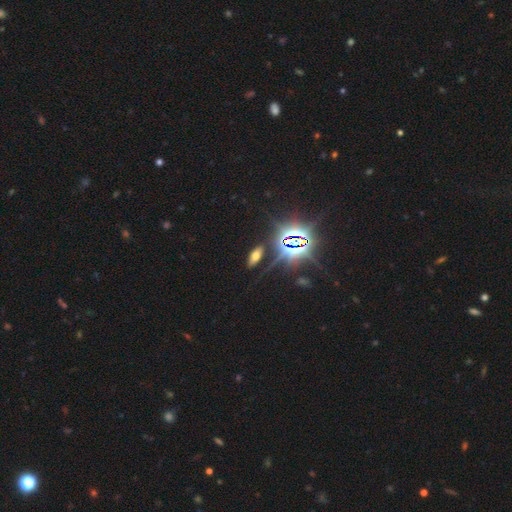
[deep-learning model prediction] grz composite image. It shows a star or artifact, not a galaxy (45%).